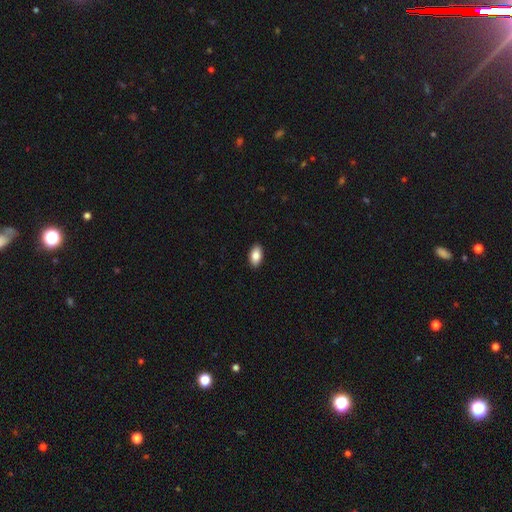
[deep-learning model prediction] Smooth or featured: smooth — 86% (featured or disk — 7%)
How rounded: in between — 94% (round — 4%)
Merging: none — 91% (minor disturbance — 7%)